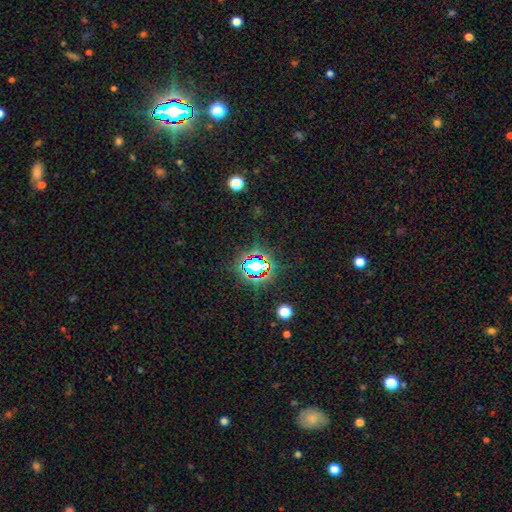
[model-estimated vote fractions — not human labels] Overall: star or artifact (80%).